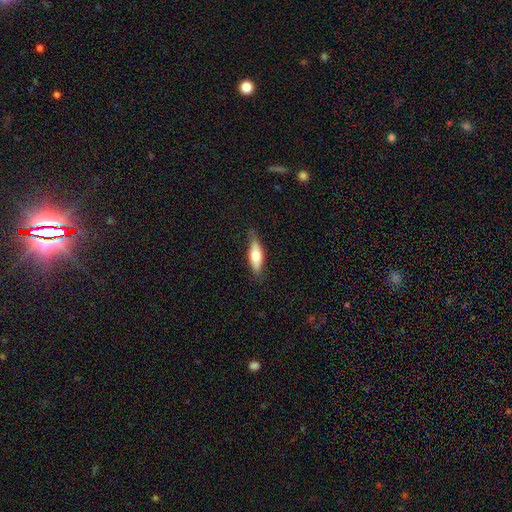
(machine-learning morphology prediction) A smooth galaxy with no disk features (66%) that is in between round and cigar-shaped (53%).

Vote fractions:
- Smooth or featured? smooth: 66% / featured or disk: 28% / star or artifact: 6%
- How rounded? in between: 53% / cigar-shaped: 44% / round: 2%
- Merging? none: 78% / minor disturbance: 18% / major disturbance: 3% / merger: 1%